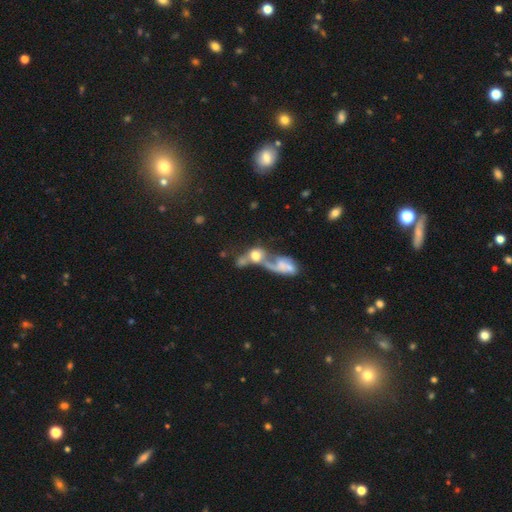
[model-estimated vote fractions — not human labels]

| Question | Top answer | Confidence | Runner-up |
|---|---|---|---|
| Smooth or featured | smooth | 51% | featured or disk (37%) |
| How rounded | in between | 50% | round (45%) |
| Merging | merger | 70% | major disturbance (14%) |